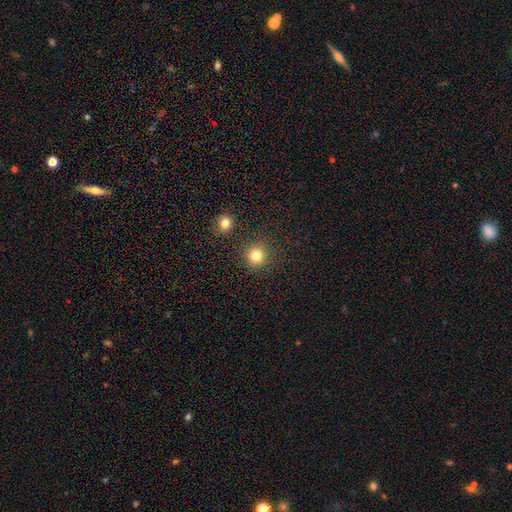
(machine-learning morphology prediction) type=smooth (81%); roundness=round (92%); merging=none (88%).